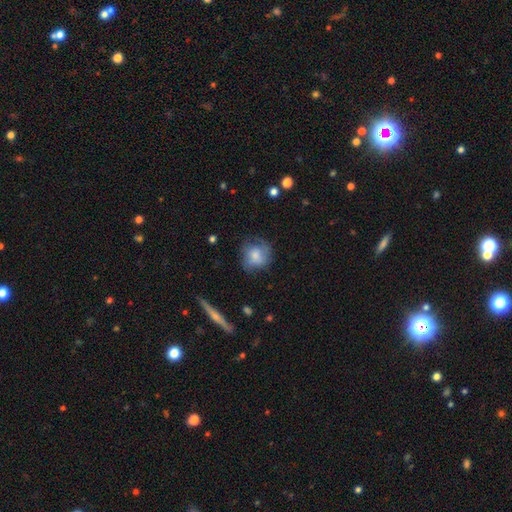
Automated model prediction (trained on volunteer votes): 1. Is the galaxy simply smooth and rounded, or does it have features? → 63% smooth, 29% featured or disk, 8% star or artifact.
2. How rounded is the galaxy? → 79% round, 20% in between, 1% cigar-shaped.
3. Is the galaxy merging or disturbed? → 58% none, 25% minor disturbance, 15% major disturbance, 2% merger.